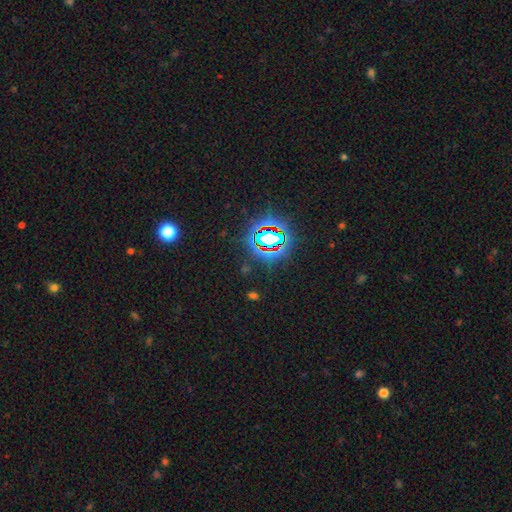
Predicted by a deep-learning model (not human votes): smooth-or-featured: star or artifact: 81% | smooth: 11% | featured or disk: 8%